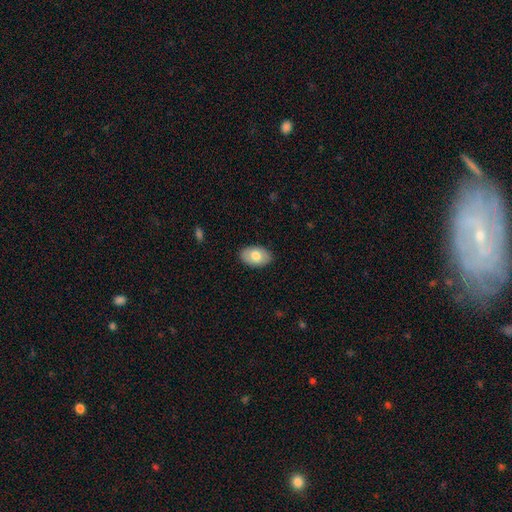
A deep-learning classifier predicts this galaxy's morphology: A smooth galaxy with no disk features (74%) that is in between round and cigar-shaped (90%).

Vote fractions:
- Smooth or featured? smooth: 74% / featured or disk: 20% / star or artifact: 6%
- How rounded? in between: 90% / round: 9% / cigar-shaped: 1%
- Merging? none: 87% / minor disturbance: 10% / major disturbance: 2% / merger: 1%